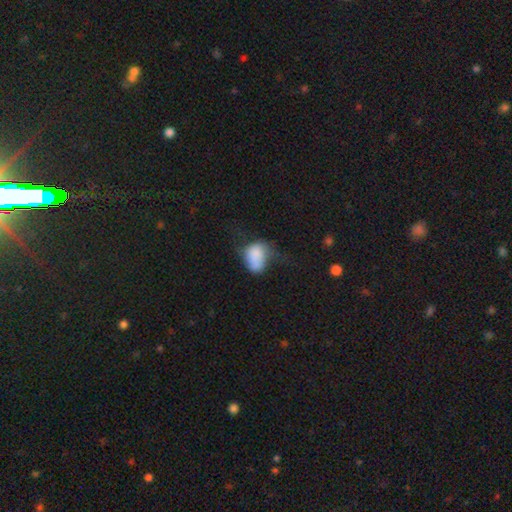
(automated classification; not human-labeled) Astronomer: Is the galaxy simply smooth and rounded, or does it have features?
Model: smooth — 72%.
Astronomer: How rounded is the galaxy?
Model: in between — 74%.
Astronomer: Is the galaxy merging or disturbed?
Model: major disturbance — 37% (runner-up: minor disturbance, 29%).